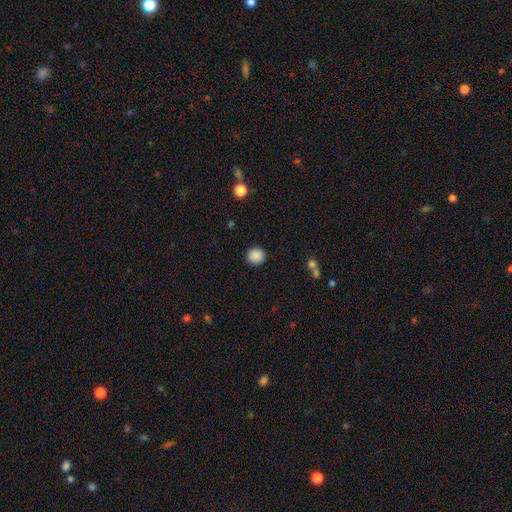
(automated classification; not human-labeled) Overall: smooth (88%). How rounded: round (92%). Merging: none (91%).